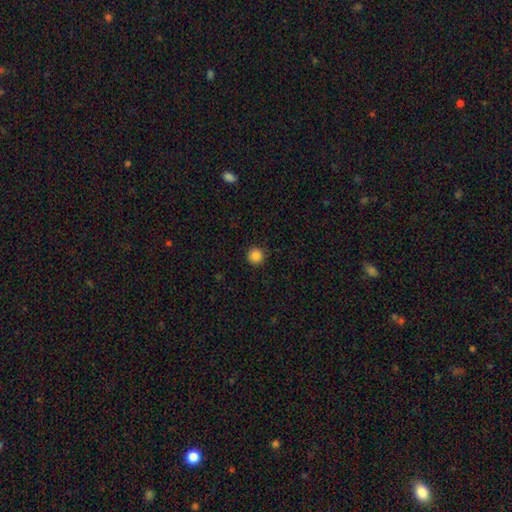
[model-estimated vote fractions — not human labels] A smooth galaxy with no disk features (86%) that is round (96%).

Vote fractions:
- Smooth or featured? smooth: 86% / star or artifact: 11% / featured or disk: 3%
- How rounded? round: 96% / in between: 3% / cigar-shaped: 1%
- Merging? none: 92% / minor disturbance: 5% / major disturbance: 2% / merger: 1%